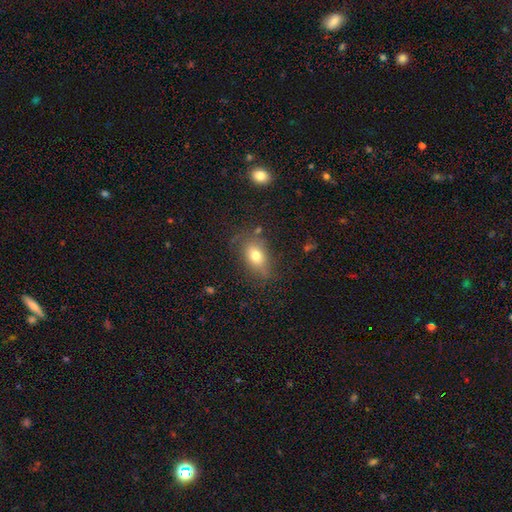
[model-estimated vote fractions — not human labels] Overall: smooth (72%). How rounded: in between (79%). Merging: none (70%).